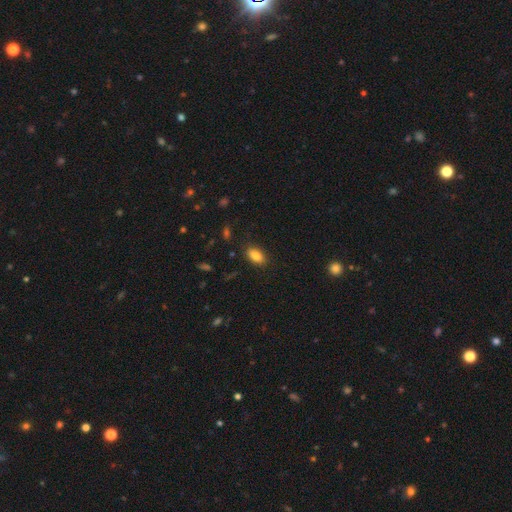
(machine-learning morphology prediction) Smooth or featured?
  - smooth: 84% *
  - star or artifact: 9%
  - featured or disk: 7%
How rounded?
  - in between: 89% *
  - cigar-shaped: 6%
  - round: 5%
Merging?
  - none: 86% *
  - minor disturbance: 10%
  - major disturbance: 3%
  - merger: 1%